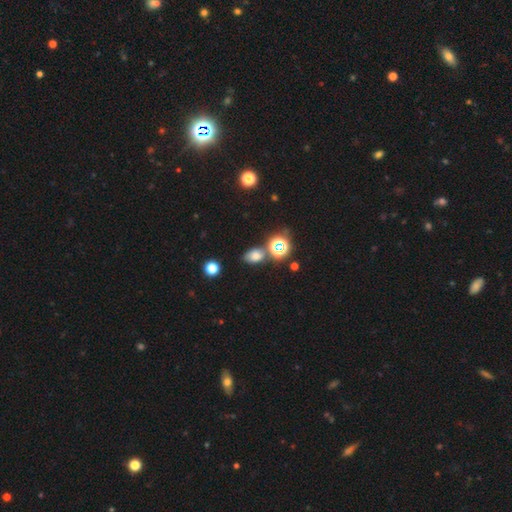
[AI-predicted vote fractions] smooth-or-featured: smooth: 66% | star or artifact: 25% | featured or disk: 9%
  how-rounded: in between: 77% | round: 21% | cigar-shaped: 2%
  merging: none: 68% | minor disturbance: 15% | merger: 12% | major disturbance: 5%